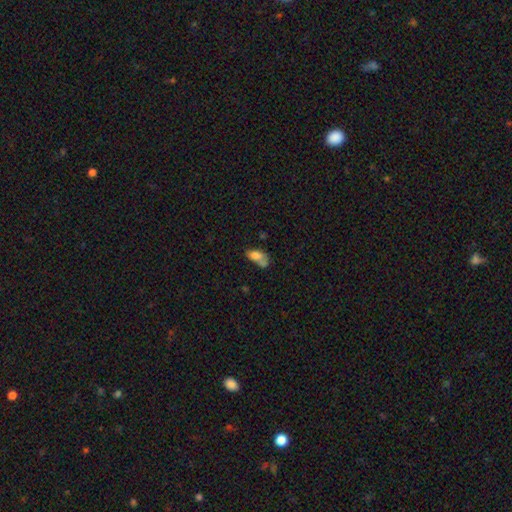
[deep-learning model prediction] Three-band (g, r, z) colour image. It shows a smooth galaxy with no disk features (71%) that is in between round and cigar-shaped (86%). Merging: merger (39%).